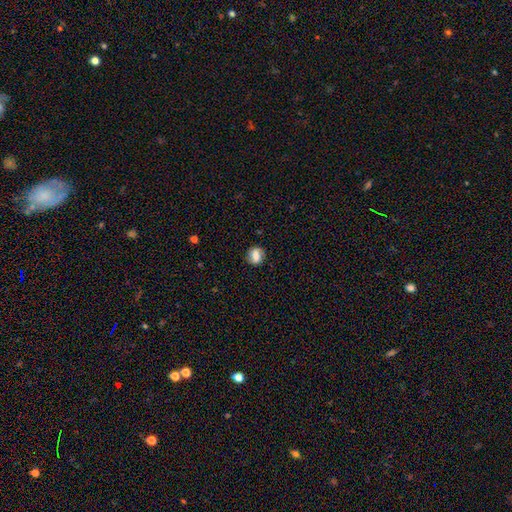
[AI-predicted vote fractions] A smooth galaxy with no disk features (56%) that is round (69%).

Vote fractions:
- Smooth or featured? smooth: 56% / featured or disk: 34% / star or artifact: 10%
- How rounded? round: 69% / in between: 30% / cigar-shaped: 1%
- Merging? none: 84% / minor disturbance: 12% / major disturbance: 3% / merger: 1%